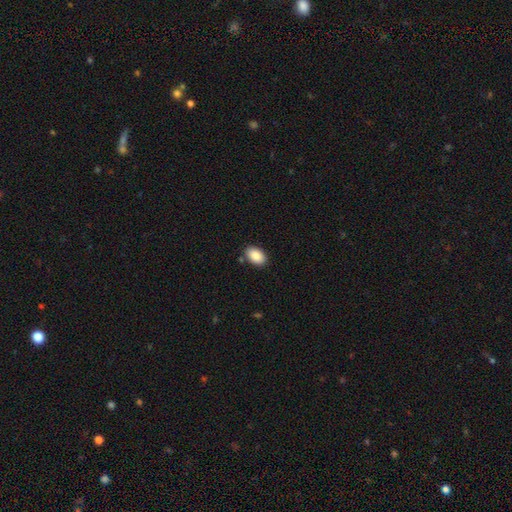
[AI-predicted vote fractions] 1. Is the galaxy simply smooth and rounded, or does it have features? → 88% smooth, 7% star or artifact, 5% featured or disk.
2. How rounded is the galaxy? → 91% in between, 8% round, 1% cigar-shaped.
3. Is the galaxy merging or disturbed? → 86% none, 10% minor disturbance, 3% merger, 2% major disturbance.